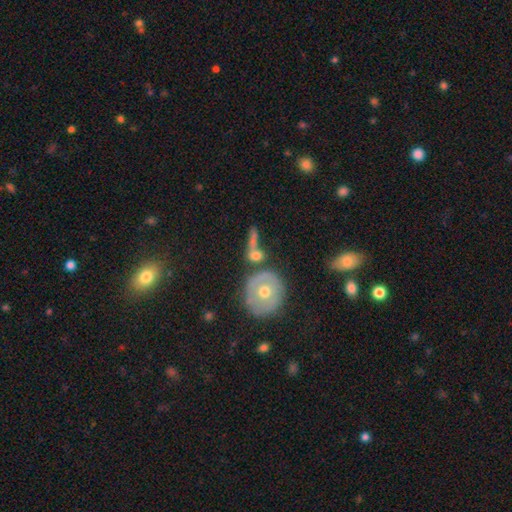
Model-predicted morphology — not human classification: A smooth galaxy with no disk features (49%). Merging: none (57%).